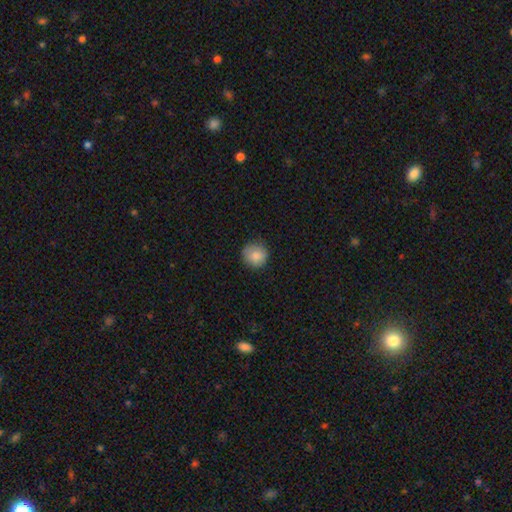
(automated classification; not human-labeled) This is clearly a smooth galaxy (86%). How rounded: clearly round (91%). Merging: clearly none (83%).